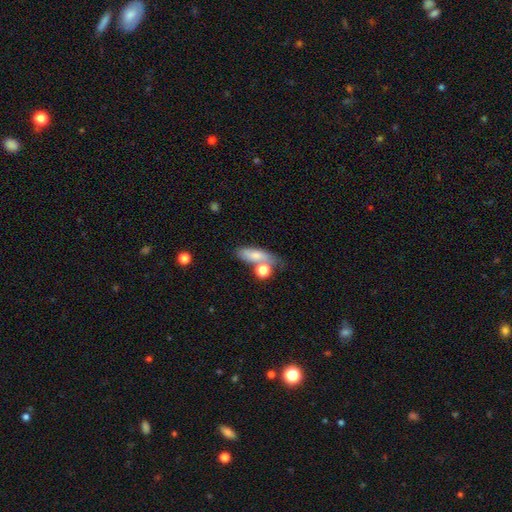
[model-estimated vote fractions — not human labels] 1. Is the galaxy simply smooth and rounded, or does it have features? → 72% smooth, 19% featured or disk, 9% star or artifact.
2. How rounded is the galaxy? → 60% in between, 30% cigar-shaped, 10% round.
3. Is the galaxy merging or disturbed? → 48% none, 24% merger, 19% minor disturbance, 9% major disturbance.